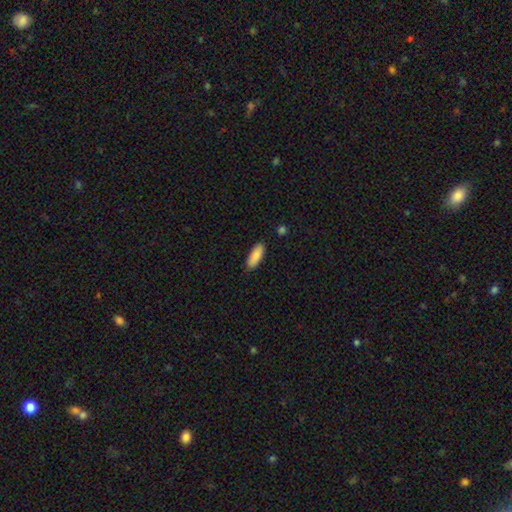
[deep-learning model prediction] Smooth or featured: smooth — 88% (star or artifact — 6%)
How rounded: in between — 73% (cigar-shaped — 25%)
Merging: none — 88% (minor disturbance — 9%)